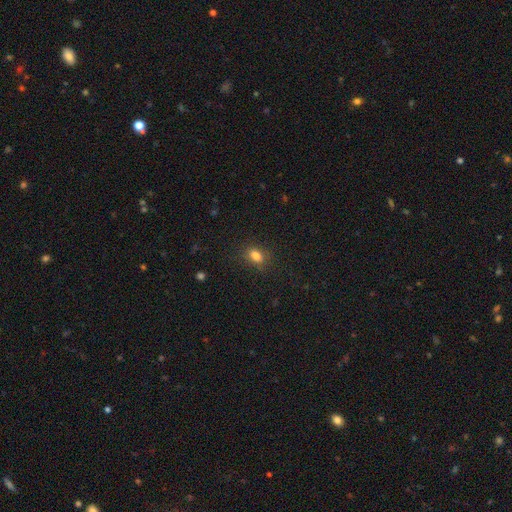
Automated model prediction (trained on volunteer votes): Q: Smooth or featured?
A: smooth (82%); runner-up: star or artifact (12%)
Q: How rounded?
A: in between (78%); runner-up: round (19%)
Q: Merging?
A: none (82%); runner-up: minor disturbance (13%)